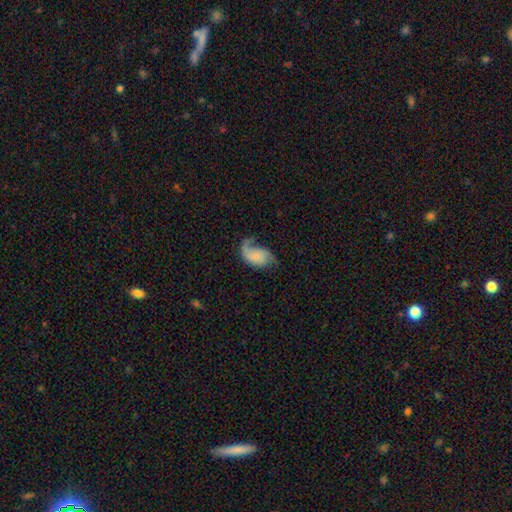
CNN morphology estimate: This is likely a featured or disk galaxy (64%). It is clearly not viewed edge-on (97%). Bar: likely no (67%). Spiral arm pattern: clearly yes (90%). Spiral arm count: possibly 2 (56%). Spiral winding: likely loose (62%). Central bulge: possibly none (47%). Merging: marginally none (38%).